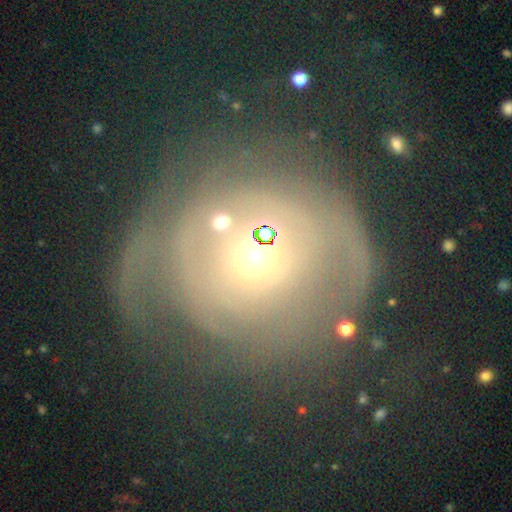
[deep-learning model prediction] This is possibly a featured or disk galaxy (59%). It is clearly not viewed edge-on (95%). Bar: likely no (78%). Spiral arm pattern: possibly yes (57%). Central bulge: possibly moderate (49%). Merging: marginally none (41%).